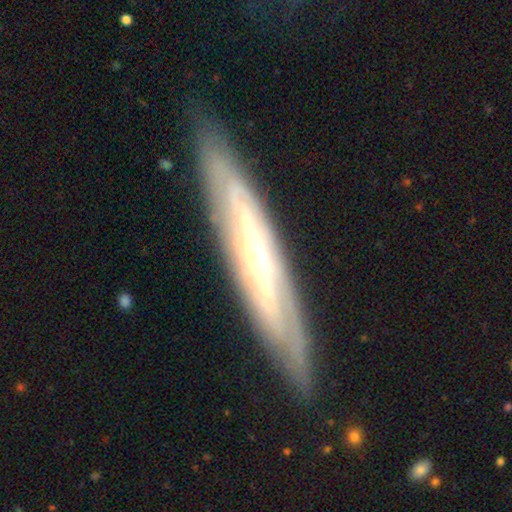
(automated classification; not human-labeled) smooth_or_featured: featured or disk (p=0.79) [alt: smooth p=0.15]
disk_edge_on: yes (p=0.58) [alt: no p=0.42]
merging: none (p=0.84) [alt: minor disturbance p=0.12]